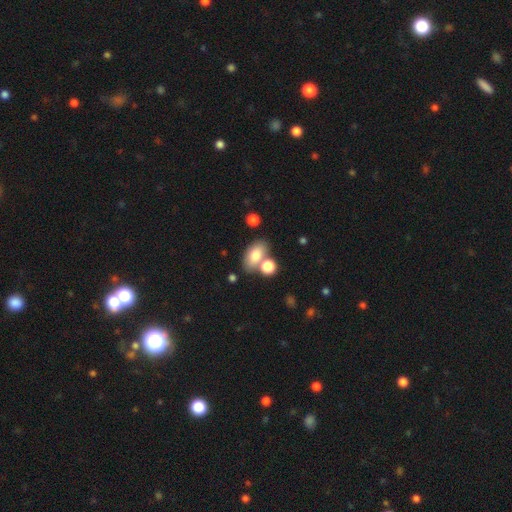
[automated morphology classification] Smooth or featured: smooth — 76% (featured or disk — 15%)
How rounded: in between — 87% (round — 10%)
Merging: none — 59% (merger — 25%)